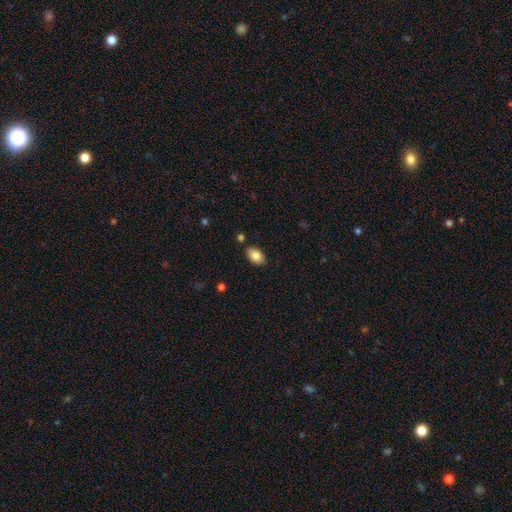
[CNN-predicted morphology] Smooth or featured? smooth (83%)
How rounded? in between (89%)
Merging? none (85%)